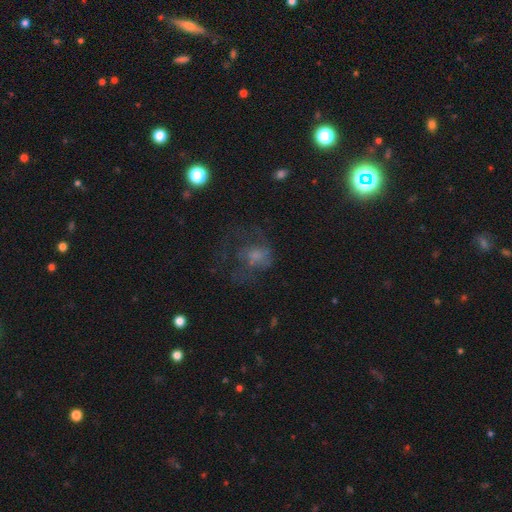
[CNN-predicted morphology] smooth-or-featured: smooth: 36% | featured or disk: 35% | star or artifact: 28%
  merging: none: 45% | major disturbance: 35% | minor disturbance: 18% | merger: 2%